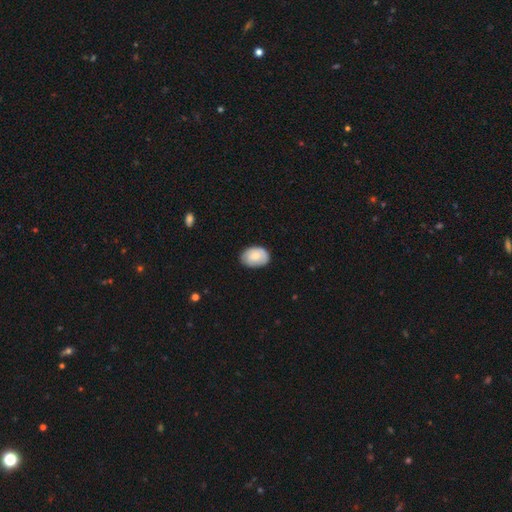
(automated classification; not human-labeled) Smooth or featured? Predicted: smooth (p=0.78). How rounded? Predicted: in between (p=0.81). Merging? Predicted: none (p=0.77).